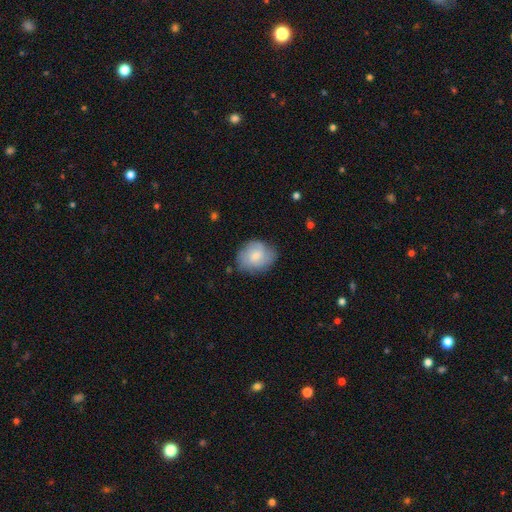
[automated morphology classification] Q: Smooth or featured?
A: smooth (67%); runner-up: featured or disk (26%)
Q: How rounded?
A: round (54%); runner-up: in between (45%)
Q: Merging?
A: none (70%); runner-up: minor disturbance (23%)